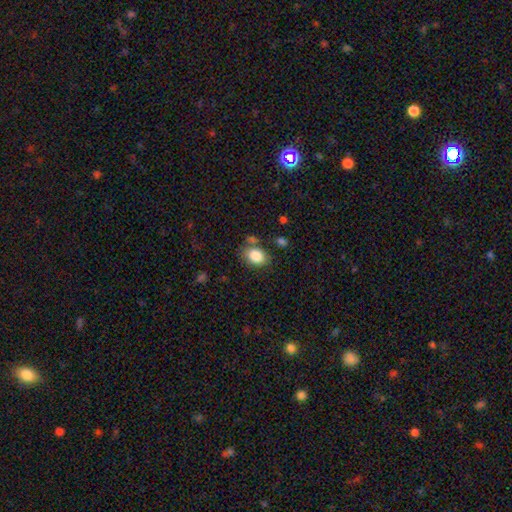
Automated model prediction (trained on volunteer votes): smooth-or-featured: smooth: 85% | star or artifact: 8% | featured or disk: 6%
  how-rounded: in between: 70% | round: 29% | cigar-shaped: 1%
  merging: none: 70% | minor disturbance: 16% | merger: 9% | major disturbance: 5%